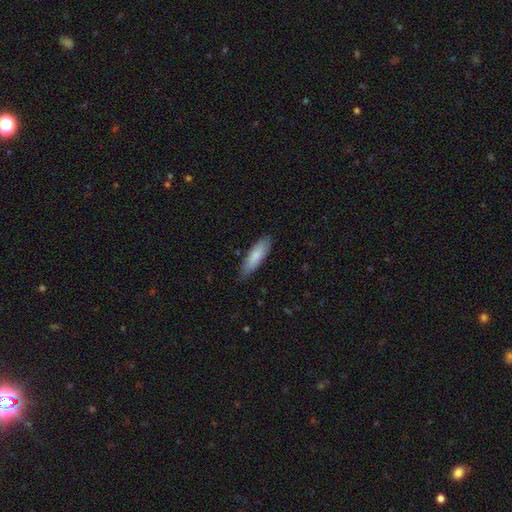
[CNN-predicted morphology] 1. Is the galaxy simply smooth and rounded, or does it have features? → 82% smooth, 13% featured or disk, 6% star or artifact.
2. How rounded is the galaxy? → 59% cigar-shaped, 39% in between, 1% round.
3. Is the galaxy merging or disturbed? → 80% none, 16% minor disturbance, 2% major disturbance, 1% merger.